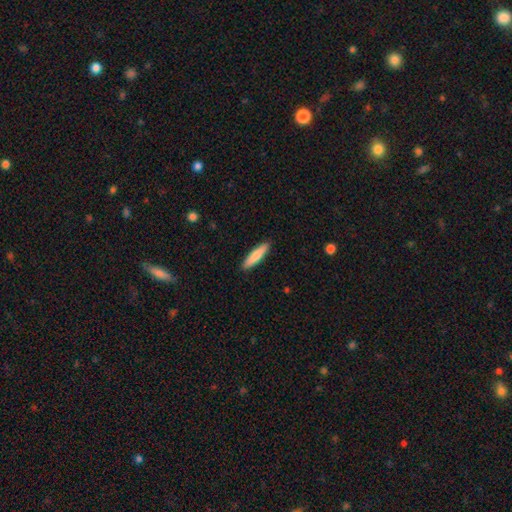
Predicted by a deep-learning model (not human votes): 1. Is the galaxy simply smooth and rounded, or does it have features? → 80% smooth, 15% featured or disk, 5% star or artifact.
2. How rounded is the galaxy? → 82% cigar-shaped, 16% in between, 1% round.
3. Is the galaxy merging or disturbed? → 91% none, 7% minor disturbance, 1% major disturbance, 1% merger.